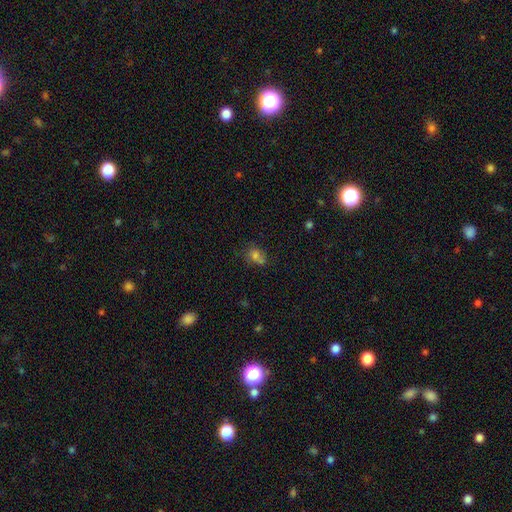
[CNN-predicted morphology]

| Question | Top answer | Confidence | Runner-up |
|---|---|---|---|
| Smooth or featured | smooth | 68% | star or artifact (17%) |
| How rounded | in between | 52% | round (47%) |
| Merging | none | 50% | minor disturbance (21%) |